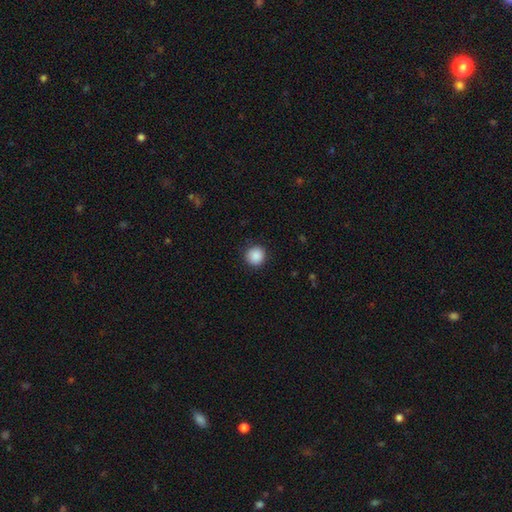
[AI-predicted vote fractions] A smooth galaxy with no disk features (89%) that is round (93%).

Vote fractions:
- Smooth or featured? smooth: 89% / star or artifact: 8% / featured or disk: 3%
- How rounded? round: 93% / in between: 6% / cigar-shaped: 1%
- Merging? none: 90% / minor disturbance: 7% / major disturbance: 2% / merger: 1%